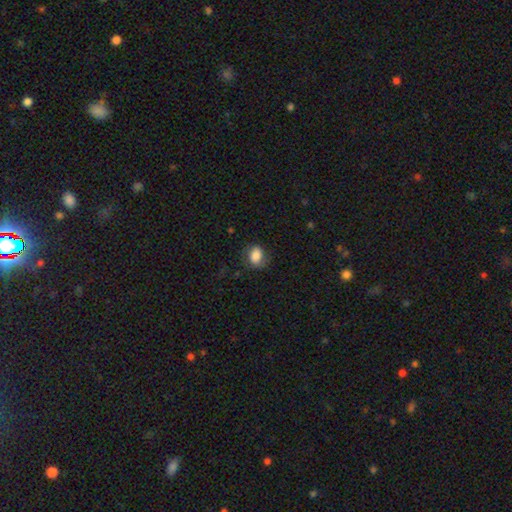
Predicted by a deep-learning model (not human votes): Smooth or featured? Predicted: smooth (p=0.82). How rounded? Predicted: in between (p=0.63). Merging? Predicted: none (p=0.69).